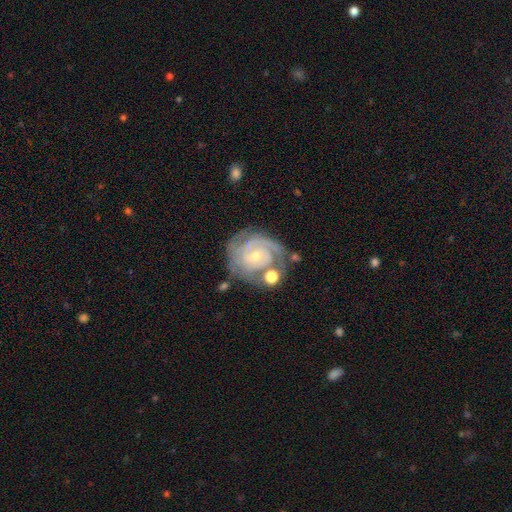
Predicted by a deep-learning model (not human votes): This appears to be a featured or disk galaxy (87%) with no bar (64%), 2 (33%) tight (74%) spiral arms (96%) and a small central bulge (67%). Merging: none (62%).